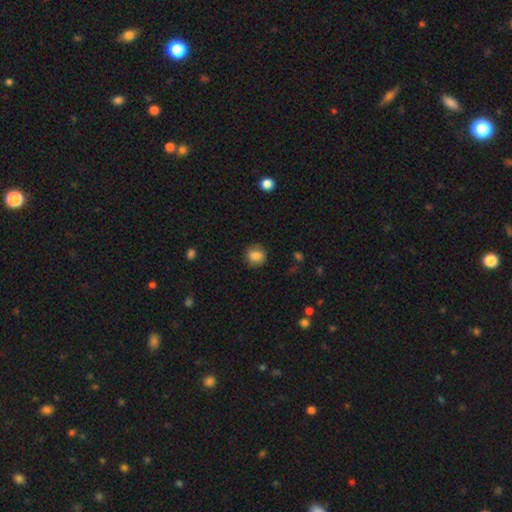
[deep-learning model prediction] This appears to be a smooth galaxy with no disk features (84%) that is round (74%). Merging: none (85%).